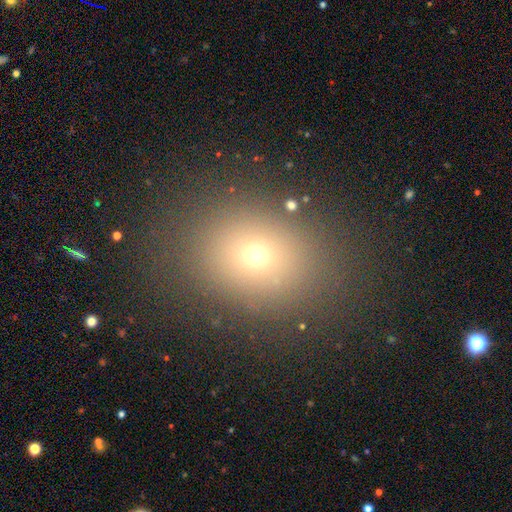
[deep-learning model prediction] Smooth or featured?
  - smooth: 66% *
  - star or artifact: 22%
  - featured or disk: 12%
How rounded?
  - round: 49% * (tied)
  - in between: 49% * (tied)
  - cigar-shaped: 1%
Merging?
  - none: 85% *
  - minor disturbance: 9%
  - major disturbance: 5%
  - merger: 2%